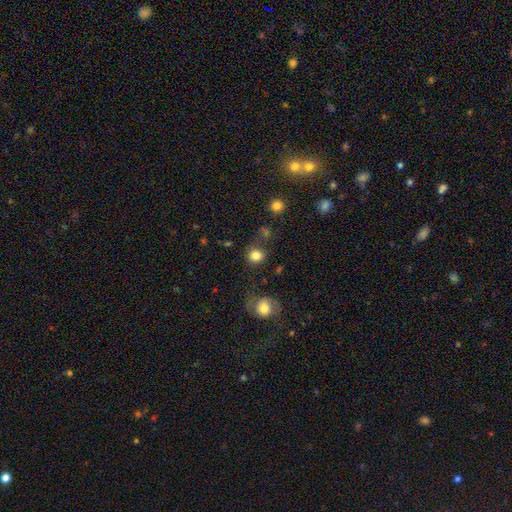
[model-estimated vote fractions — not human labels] smooth-or-featured: smooth: 83% | star or artifact: 11% | featured or disk: 6%
  how-rounded: round: 84% | in between: 15% | cigar-shaped: 1%
  merging: none: 78% | minor disturbance: 12% | major disturbance: 5% | merger: 5%